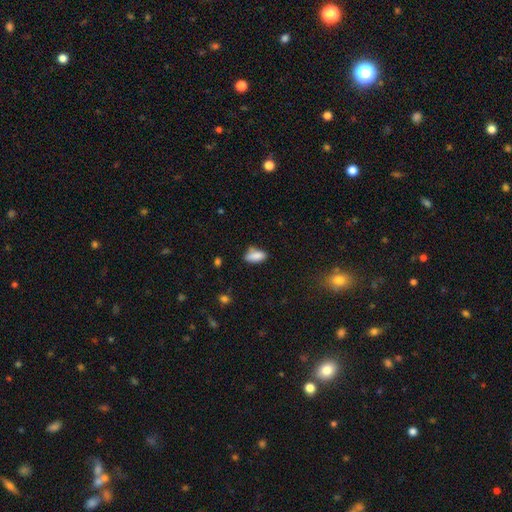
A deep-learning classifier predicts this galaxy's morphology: smooth 85%, star or artifact 8%, featured or disk 7%. Down the decision tree: how rounded — in between (87%); merging — none (62%).